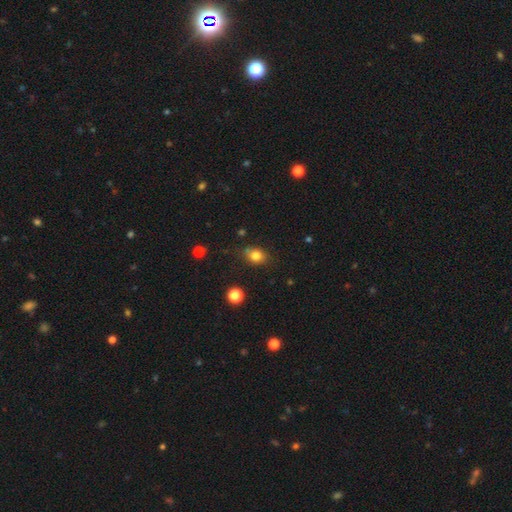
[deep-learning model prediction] Smooth or featured: smooth — 81% (star or artifact — 12%)
How rounded: in between — 53% (round — 46%)
Merging: none — 75% (minor disturbance — 17%)